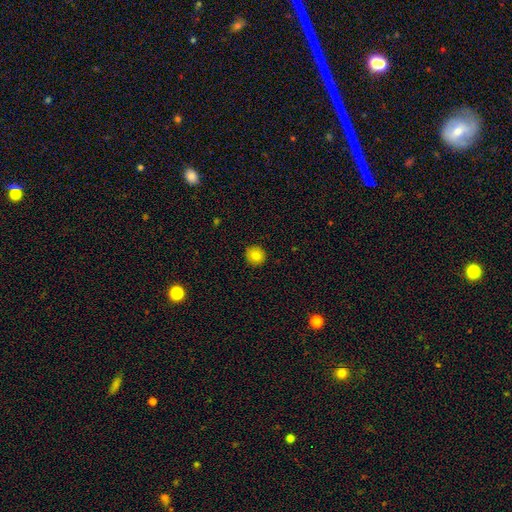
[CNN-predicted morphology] type=smooth (80%); roundness=round (93%); merging=none (91%).